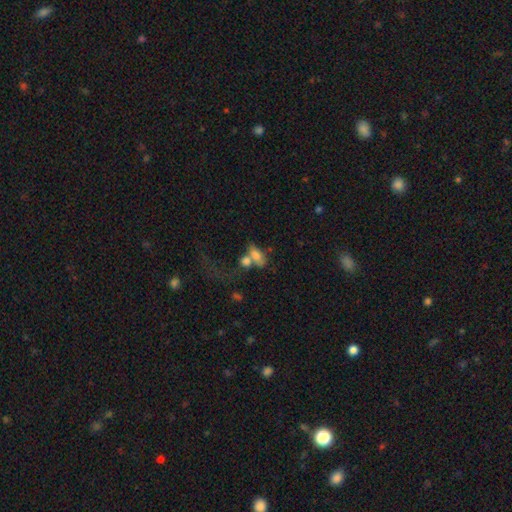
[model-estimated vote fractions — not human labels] Overall: smooth (69%). How rounded: in between (80%). Merging: merger (55%; none 22%).